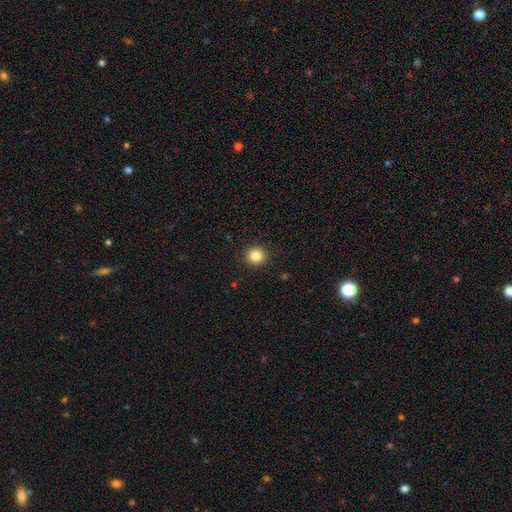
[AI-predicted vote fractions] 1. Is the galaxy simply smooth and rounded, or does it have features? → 84% smooth, 11% star or artifact, 5% featured or disk.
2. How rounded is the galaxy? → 93% round, 6% in between, 1% cigar-shaped.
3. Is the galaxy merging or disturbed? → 92% none, 5% minor disturbance, 2% major disturbance, 1% merger.